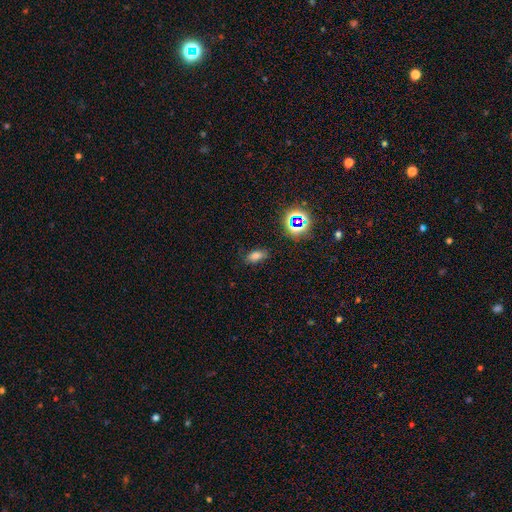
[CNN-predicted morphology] smooth_or_featured: smooth (p=0.70) [alt: star or artifact p=0.21]
how_rounded: in between (p=0.86) [alt: round p=0.09]
merging: none (p=0.75) [alt: minor disturbance p=0.18]